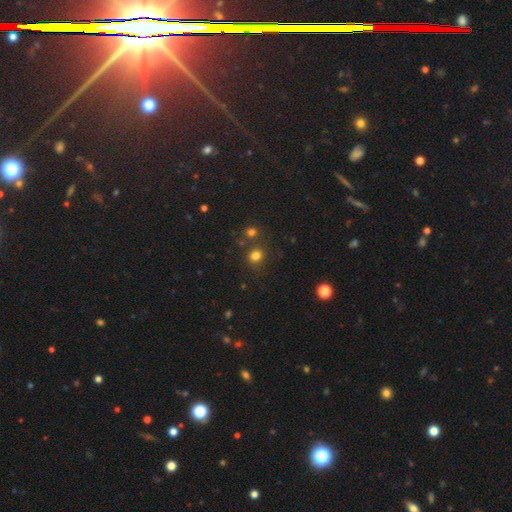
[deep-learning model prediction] smooth-or-featured: smooth: 77% | star or artifact: 17% | featured or disk: 6%
  how-rounded: round: 75% | in between: 24% | cigar-shaped: 1%
  merging: none: 73% | merger: 13% | minor disturbance: 10% | major disturbance: 4%